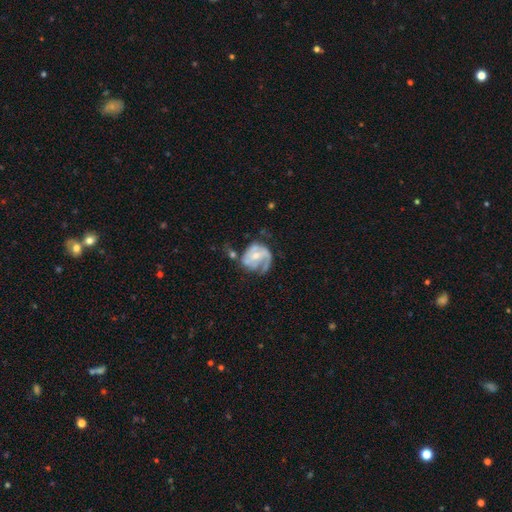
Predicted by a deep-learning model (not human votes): smooth_or_featured: featured or disk (p=0.74) [alt: smooth p=0.21]
disk_edge_on: no (p=0.98) [alt: yes p=0.02]
bar: no (p=0.51) [alt: weak p=0.38]
has_spiral_arms: yes (p=0.81) [alt: no p=0.19]
spiral_winding: medium (p=0.40) [alt: tight p=0.37]
spiral_arm_count: 2 (p=0.36) [alt: 1 p=0.28]
bulge_size: small (p=0.46) [tied with: moderate p=0.46]
merging: none (p=0.35) [alt: major disturbance p=0.30]